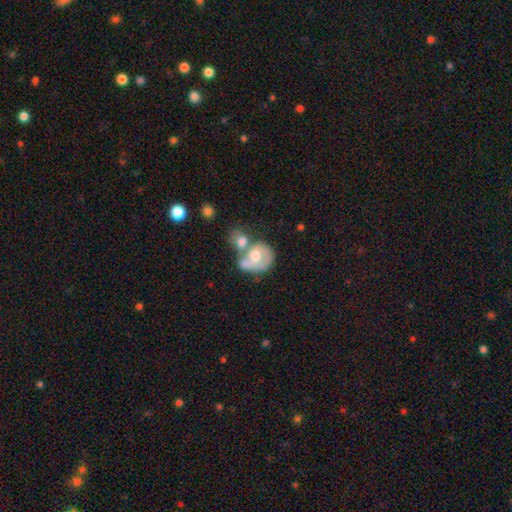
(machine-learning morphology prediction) smooth_or_featured: featured or disk (p=0.49) [alt: smooth p=0.44]
merging: merger (p=0.64) [alt: none p=0.16]